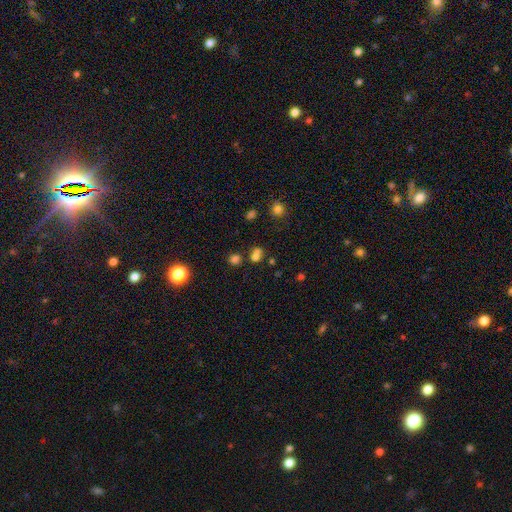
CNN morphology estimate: A smooth galaxy with no disk features (69%) that is round (70%).

Vote fractions:
- Smooth or featured? smooth: 69% / star or artifact: 21% / featured or disk: 11%
- How rounded? round: 70% / in between: 29% / cigar-shaped: 1%
- Merging? none: 47% / merger: 39% / minor disturbance: 10% / major disturbance: 5%